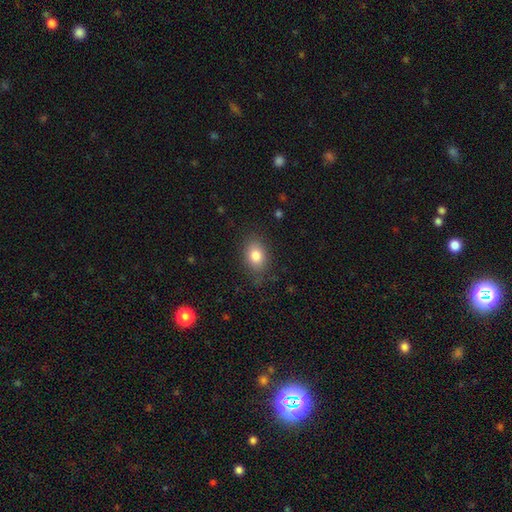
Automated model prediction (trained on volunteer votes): Smooth or featured? Predicted: smooth (p=0.82). How rounded? Predicted: in between (p=0.75). Merging? Predicted: none (p=0.78).